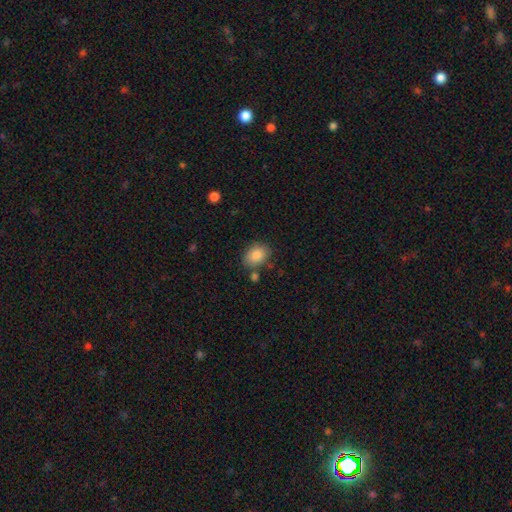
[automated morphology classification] A smooth galaxy with no disk features (85%) that is in between round and cigar-shaped (66%). Merging: none (73%).